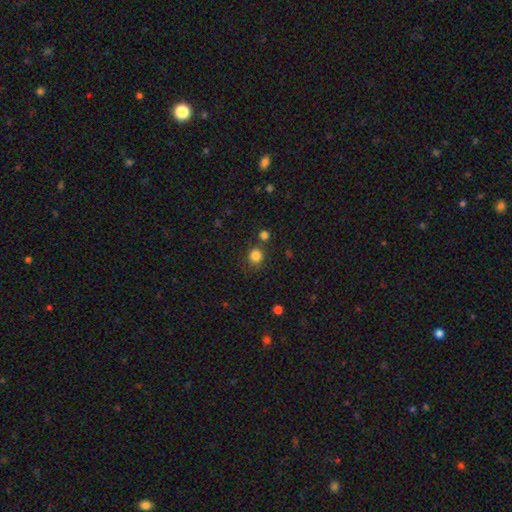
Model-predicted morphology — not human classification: type=smooth (83%); roundness=round (88%); merging=none (78%).